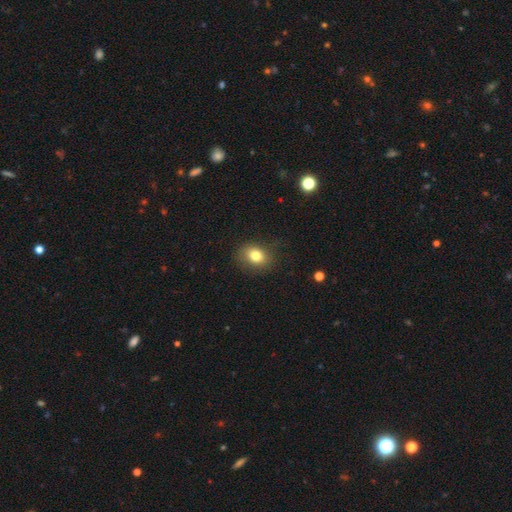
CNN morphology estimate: The model was most divided on "how rounded": in between: 52%, round: 47%, cigar-shaped: 1%. More confident: merging — none (79%); smooth or featured — smooth (79%).